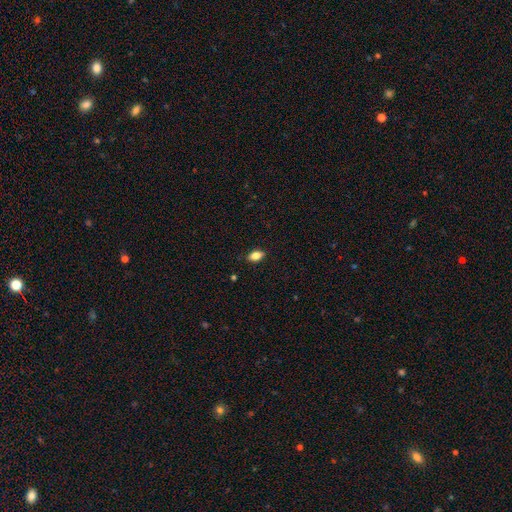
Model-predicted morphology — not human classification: A smooth galaxy with no disk features (81%) that is in between round and cigar-shaped (88%). Merging: none (86%).